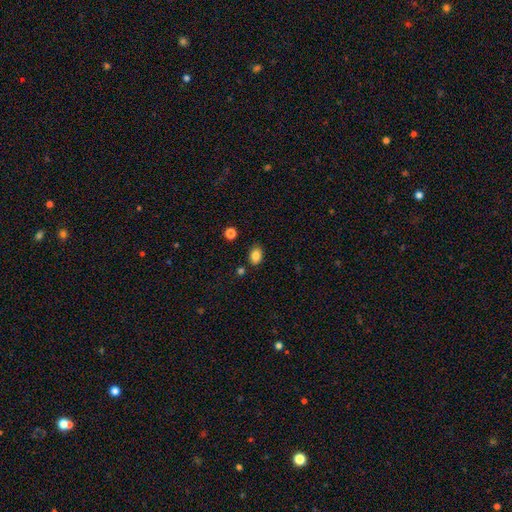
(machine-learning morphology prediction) Smooth or featured? Predicted: smooth (p=0.84). How rounded? Predicted: in between (p=0.76). Merging? Predicted: none (p=0.83).